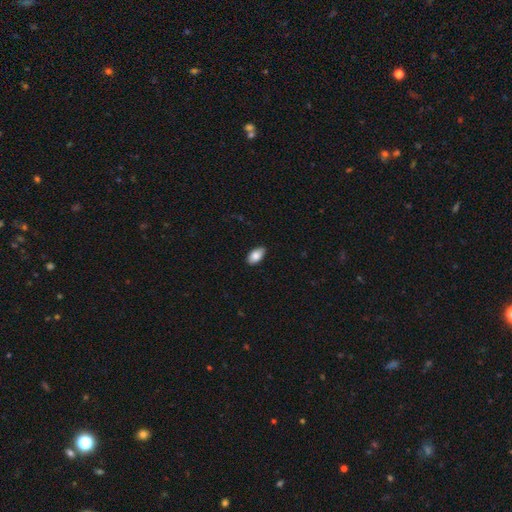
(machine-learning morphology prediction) Smooth or featured? smooth (85%)
How rounded? in between (94%)
Merging? none (86%)